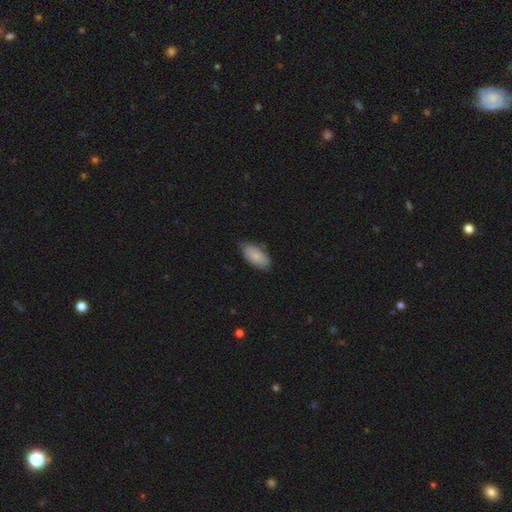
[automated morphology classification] Smooth or featured? smooth (82%)
How rounded? in between (93%)
Merging? none (74%)